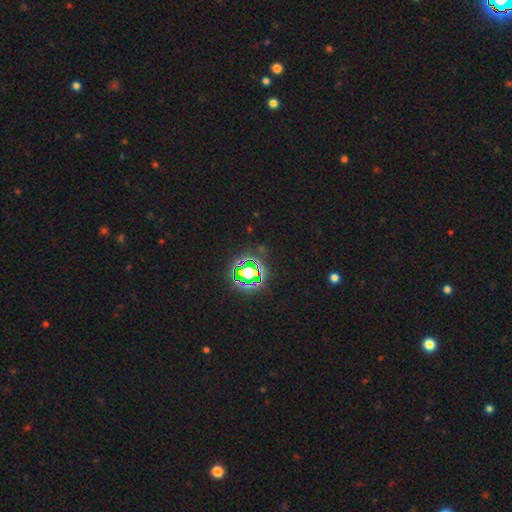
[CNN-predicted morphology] This appears to be a star or artifact, not a galaxy (84%).